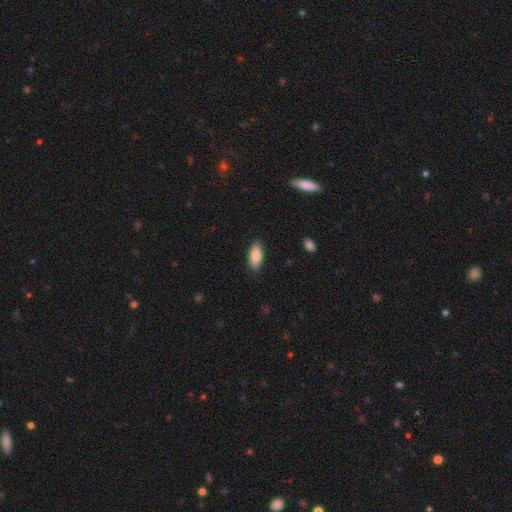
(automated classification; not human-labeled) Smooth or featured: smooth — 86% (featured or disk — 8%)
How rounded: in between — 86% (cigar-shaped — 12%)
Merging: none — 86% (minor disturbance — 11%)